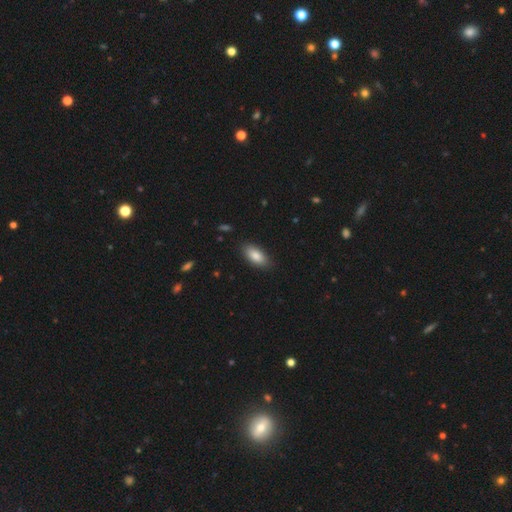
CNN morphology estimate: Smooth or featured: smooth — 85% (featured or disk — 8%)
How rounded: in between — 90% (cigar-shaped — 7%)
Merging: none — 84% (minor disturbance — 12%)